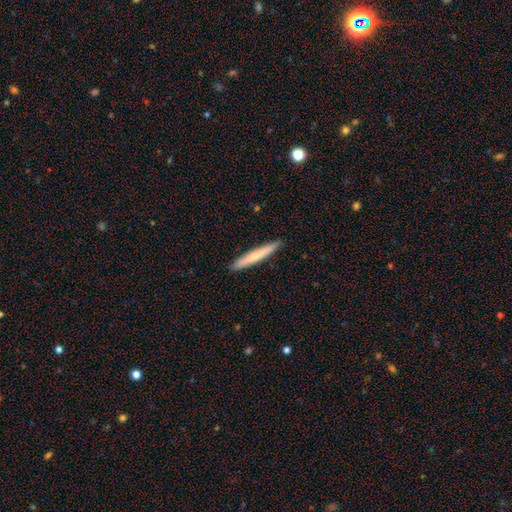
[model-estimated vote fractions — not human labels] Q: Smooth or featured?
A: smooth (68%); runner-up: featured or disk (27%)
Q: How rounded?
A: cigar-shaped (96%); runner-up: in between (3%)
Q: Merging?
A: none (91%); runner-up: minor disturbance (7%)